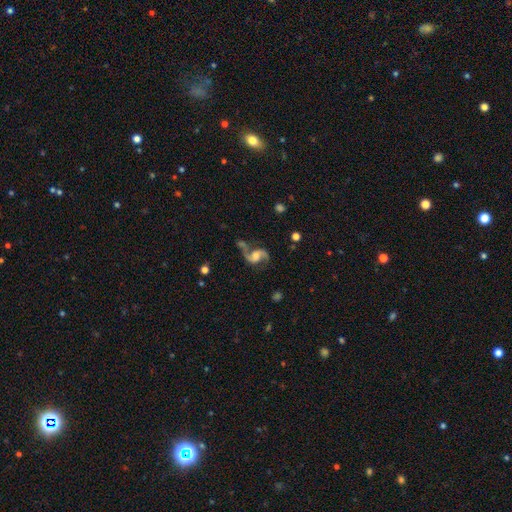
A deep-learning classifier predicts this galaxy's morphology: Smooth or featured: featured or disk — 86% (smooth — 7%)
Edge-on disk: no — 97% (yes — 3%)
Bar: no — 52% (weak — 37%)
Spiral arms: yes — 96% (no — 4%)
Spiral winding: loose — 62% (medium — 32%)
Spiral arm count: 2 — 92% (1 — 3%)
Bulge size: moderate — 49% (small — 22%)
Merging: none — 55% (minor disturbance — 17%)